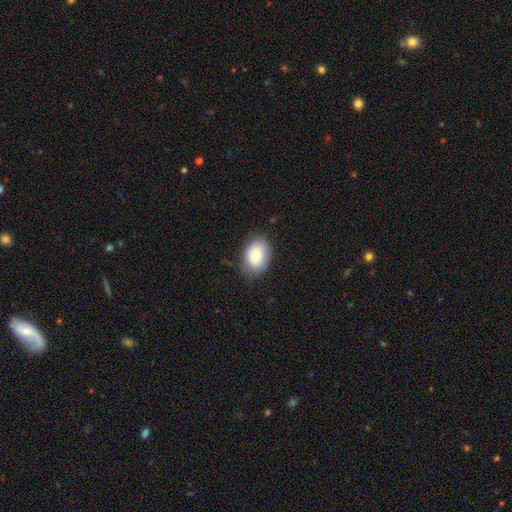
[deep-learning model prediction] A smooth galaxy with no disk features (81%) that is in between round and cigar-shaped (78%). Merging: none (75%).